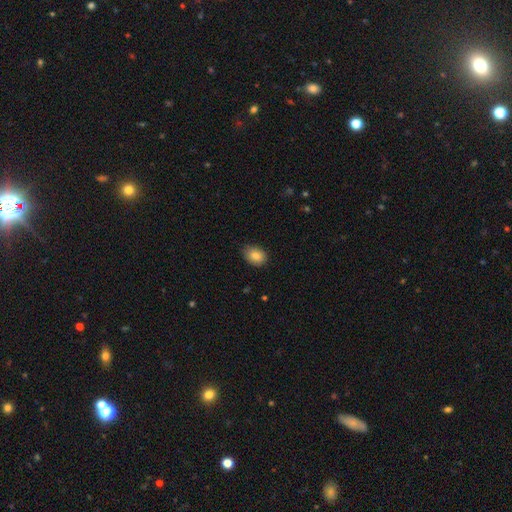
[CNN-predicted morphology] Overall: smooth (84%). How rounded: in between (69%; round 30%). Merging: none (80%).